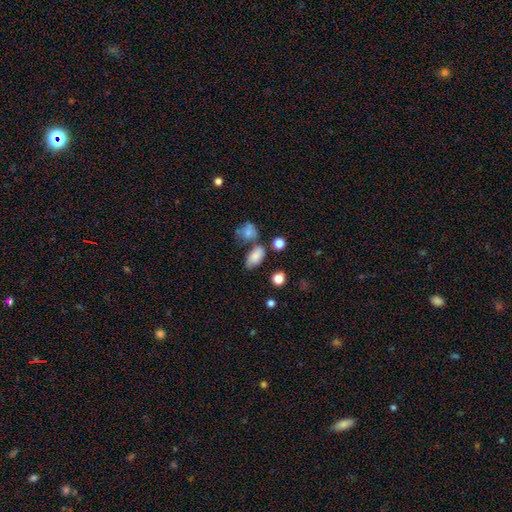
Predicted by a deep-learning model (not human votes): Smooth or featured: smooth — 80% (featured or disk — 10%)
How rounded: in between — 88% (round — 9%)
Merging: none — 52% (minor disturbance — 22%)